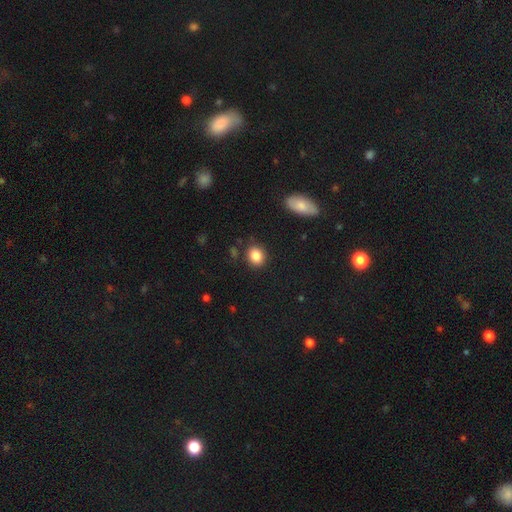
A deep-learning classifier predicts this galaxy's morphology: A smooth galaxy with no disk features (86%) that is round (58%). Merging: none (85%).